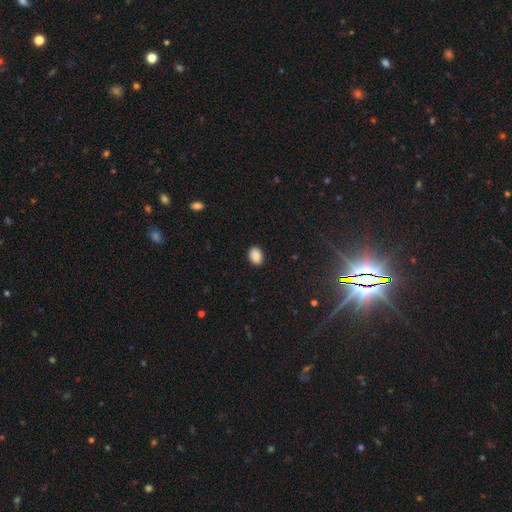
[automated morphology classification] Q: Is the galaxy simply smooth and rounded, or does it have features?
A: smooth — 89%.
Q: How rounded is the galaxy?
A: in between — 73%.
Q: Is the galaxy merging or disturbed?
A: none — 88%.